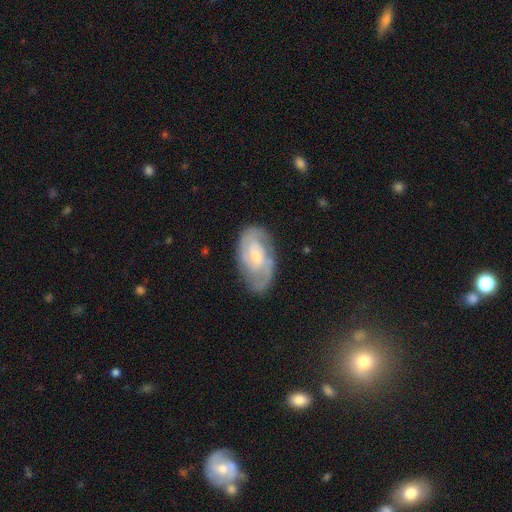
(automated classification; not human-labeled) Smooth or featured: featured or disk — 78% (smooth — 17%)
Edge-on disk: no — 96% (yes — 4%)
Bar: no — 52% (weak — 41%)
Spiral arms: yes — 91% (no — 9%)
Spiral winding: tight — 52% (medium — 37%)
Spiral arm count: 2 — 61% (can't tell — 23%)
Bulge size: small — 49% (moderate — 42%)
Merging: none — 74% (minor disturbance — 18%)